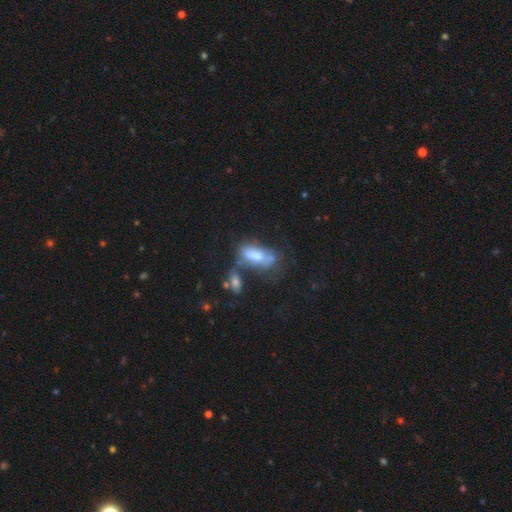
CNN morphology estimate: Smooth or featured? Predicted: smooth (p=0.60). How rounded? Predicted: in between (p=0.79). Merging? Predicted: merger (p=0.34).